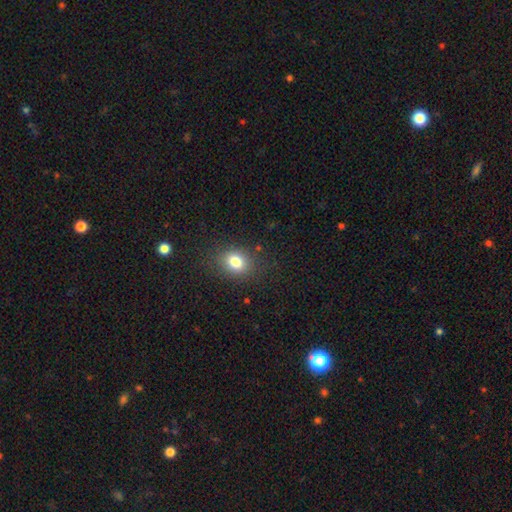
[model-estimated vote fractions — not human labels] The model was most divided on "how rounded": round: 63%, in between: 36%, cigar-shaped: 1%. More confident: merging — none (89%); smooth or featured — smooth (73%).